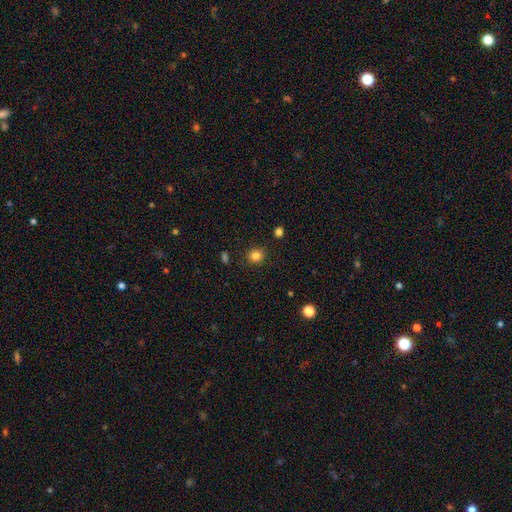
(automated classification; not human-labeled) Smooth or featured? Predicted: smooth (p=0.83). How rounded? Predicted: round (p=0.85). Merging? Predicted: none (p=0.88).